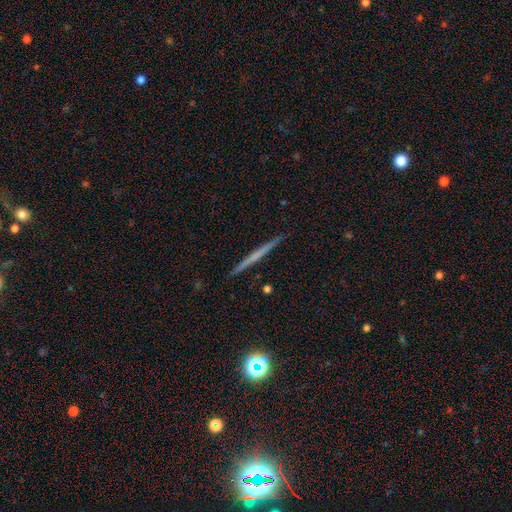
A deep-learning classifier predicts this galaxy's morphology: The model was most divided on "smooth or featured": featured or disk: 52%, smooth: 40%, star or artifact: 8%. More confident: edge-on disk — yes (98%); merging — none (92%); edge-on bulge — none (88%).